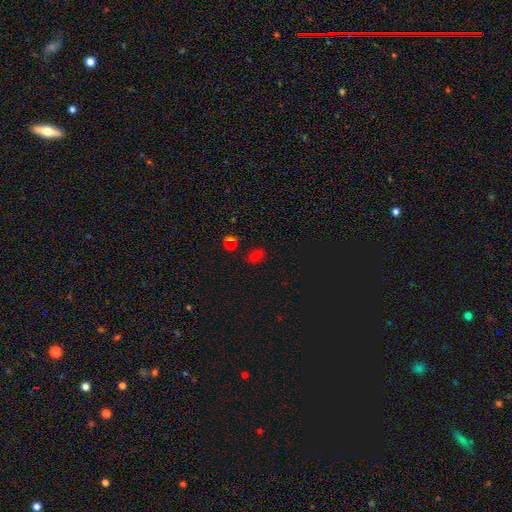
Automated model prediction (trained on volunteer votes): Morphology: type=smooth (63%); roundness=in between (69%); merging=none (74%).